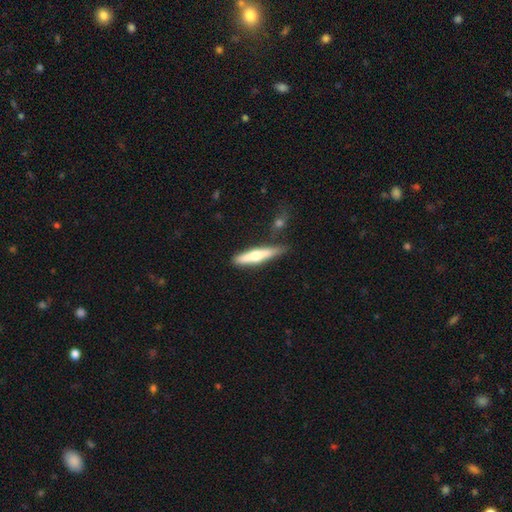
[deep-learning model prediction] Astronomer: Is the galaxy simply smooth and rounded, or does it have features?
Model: smooth — 52% (runner-up: featured or disk, 43%).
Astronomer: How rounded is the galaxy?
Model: cigar-shaped — 84%.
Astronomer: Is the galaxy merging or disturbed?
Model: none — 73%.